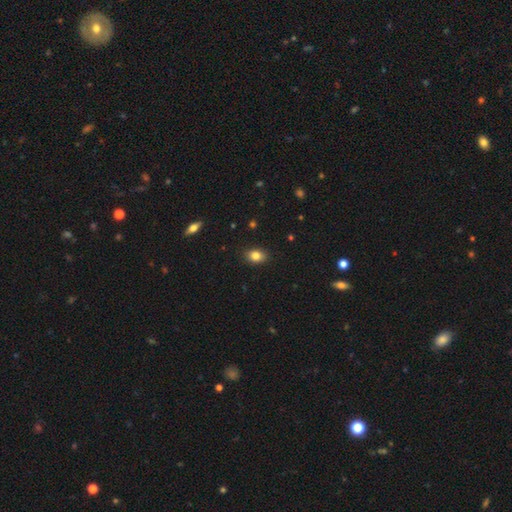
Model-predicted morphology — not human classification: smooth 83%, star or artifact 10%, featured or disk 7%. Down the decision tree: how rounded — in between (73%); merging — none (88%).